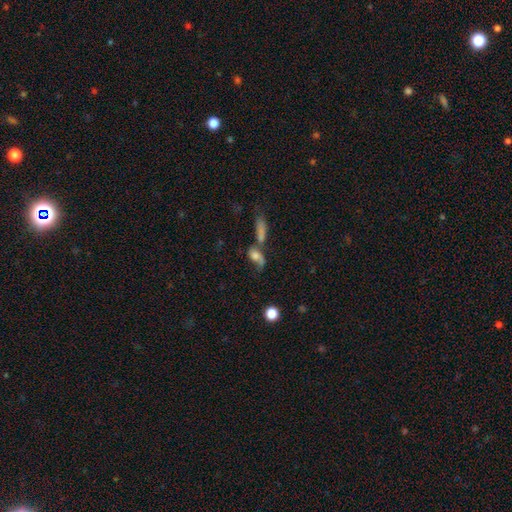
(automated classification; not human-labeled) Morphology: type=smooth (58%); roundness=in between (67%); merging=merger (44%).